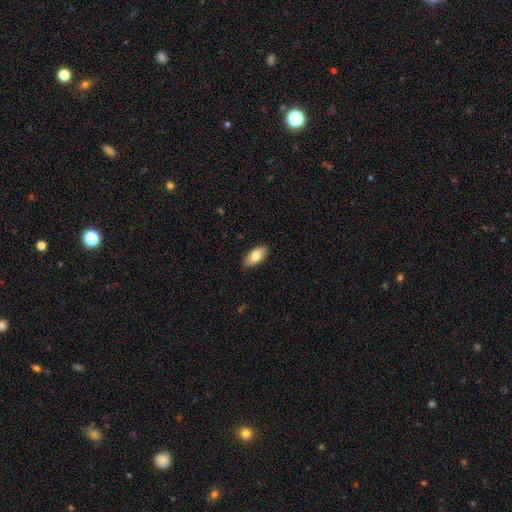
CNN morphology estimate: Smooth or featured?
  - smooth: 80% *
  - featured or disk: 14%
  - star or artifact: 6%
How rounded?
  - in between: 91% *
  - cigar-shaped: 6%
  - round: 2%
Merging?
  - none: 86% *
  - minor disturbance: 11%
  - major disturbance: 2%
  - merger: 1%